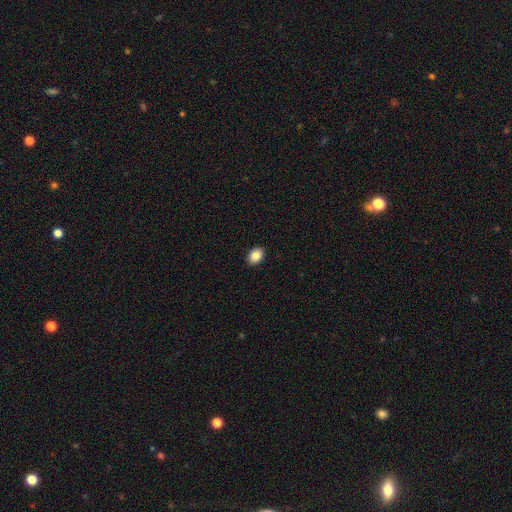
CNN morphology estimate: Q: Smooth or featured?
A: smooth (86%); runner-up: star or artifact (8%)
Q: How rounded?
A: in between (78%); runner-up: round (20%)
Q: Merging?
A: none (91%); runner-up: minor disturbance (7%)